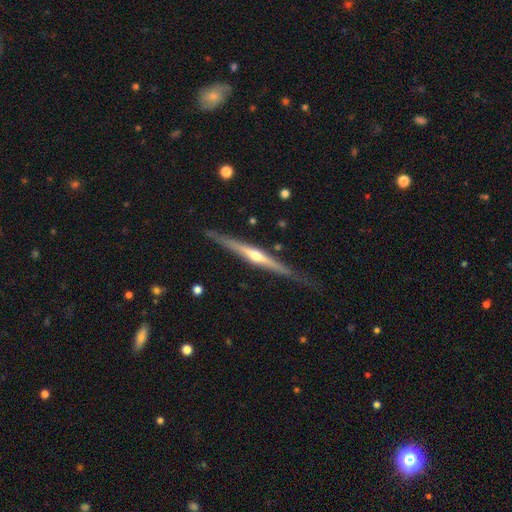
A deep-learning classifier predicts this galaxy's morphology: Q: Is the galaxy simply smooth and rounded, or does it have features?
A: featured or disk — 78%.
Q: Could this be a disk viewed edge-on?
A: yes — 98%.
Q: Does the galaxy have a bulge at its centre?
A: rounded — 84%.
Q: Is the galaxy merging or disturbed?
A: none — 81%.